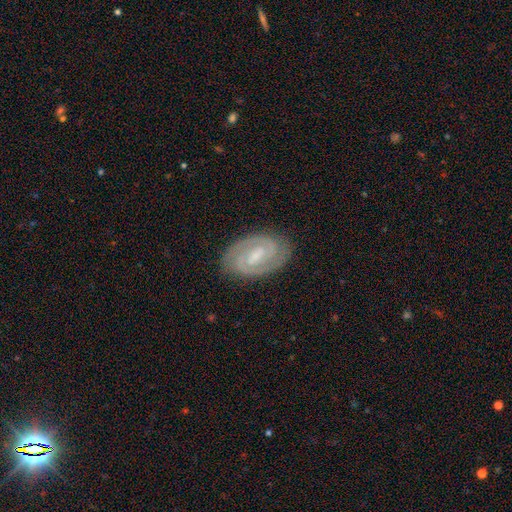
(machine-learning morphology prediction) This is clearly a featured or disk galaxy (88%). It is clearly not viewed edge-on (97%). Bar: possibly weak (54%). Spiral arm pattern: clearly yes (97%). Spiral arm count: clearly 2 (91%). Spiral winding: likely tight (60%). Central bulge: possibly small (54%). Merging: clearly none (86%).